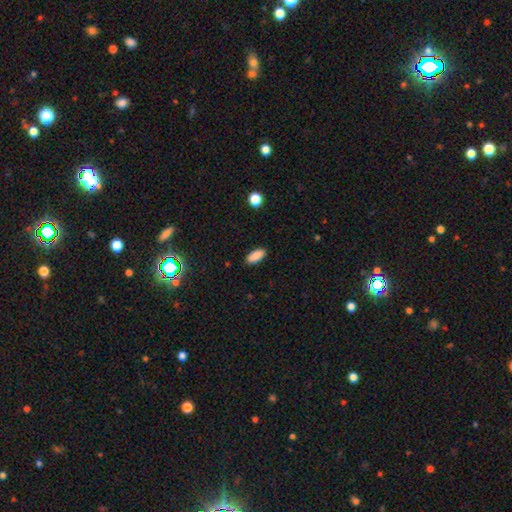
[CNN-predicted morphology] The model was most divided on "how rounded": in between: 86%, cigar-shaped: 12%, round: 2%. More confident: merging — none (89%); smooth or featured — smooth (88%).